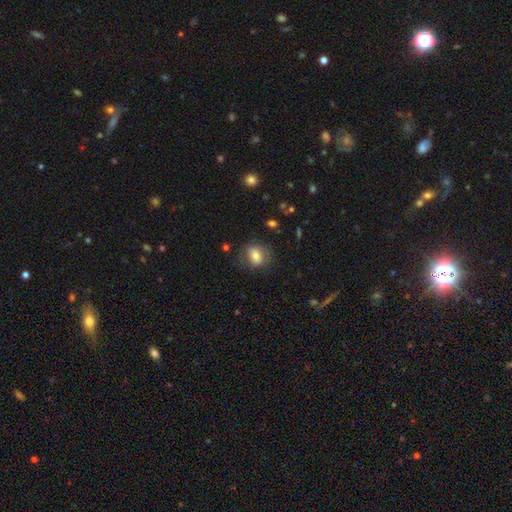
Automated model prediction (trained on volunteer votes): smooth 72%, featured or disk 19%, star or artifact 9%. Down the decision tree: how rounded — in between (51%); merging — none (72%).